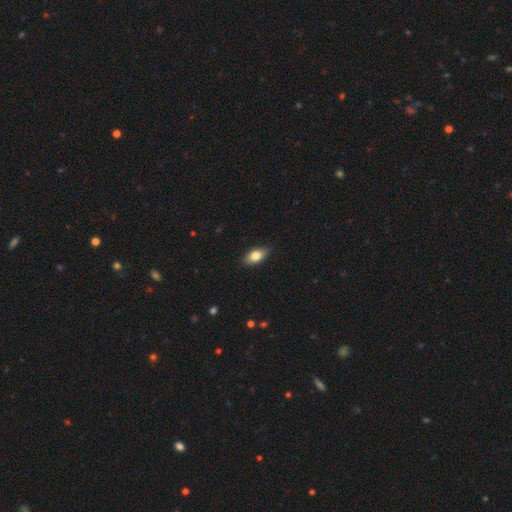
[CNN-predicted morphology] type=smooth (77%); roundness=in between (88%); merging=none (88%).